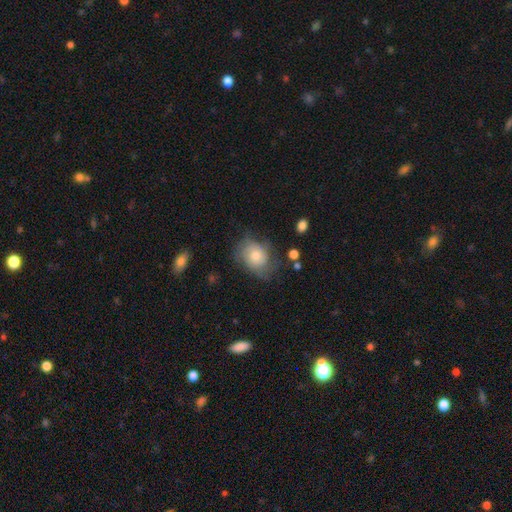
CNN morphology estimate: A smooth galaxy with no disk features (51%) that is round (51%). Merging: none (55%).